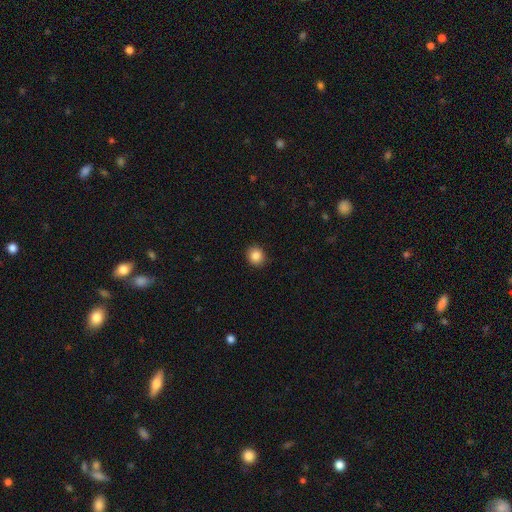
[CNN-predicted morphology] type=smooth (86%); roundness=round (80%); merging=none (90%).